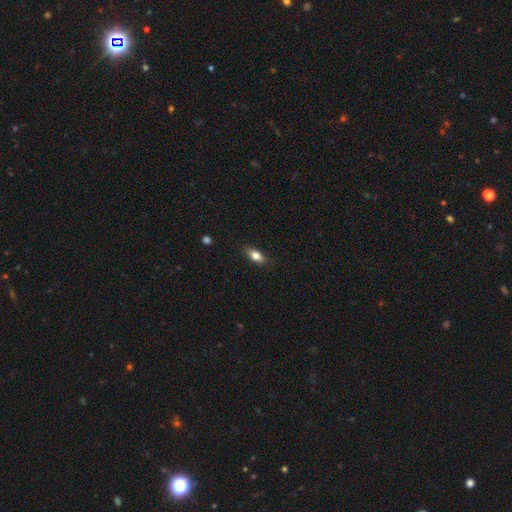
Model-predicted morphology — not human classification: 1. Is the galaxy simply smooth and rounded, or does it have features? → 77% smooth, 15% featured or disk, 8% star or artifact.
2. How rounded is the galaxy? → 79% in between, 16% cigar-shaped, 5% round.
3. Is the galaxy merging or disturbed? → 85% none, 12% minor disturbance, 3% major disturbance, 1% merger.